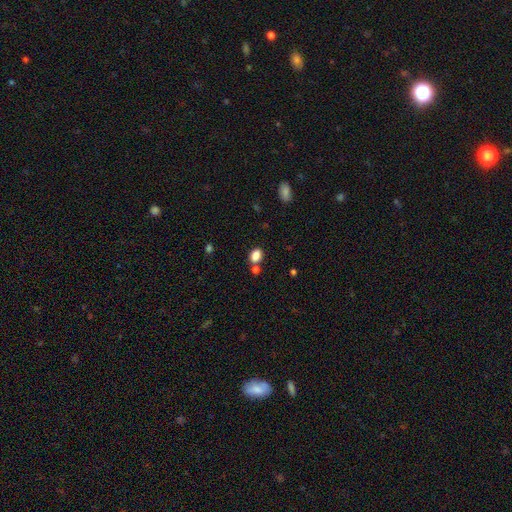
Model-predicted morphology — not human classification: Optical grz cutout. It shows a smooth galaxy with no disk features (84%) that is in between round and cigar-shaped (71%). Merging: none (69%).